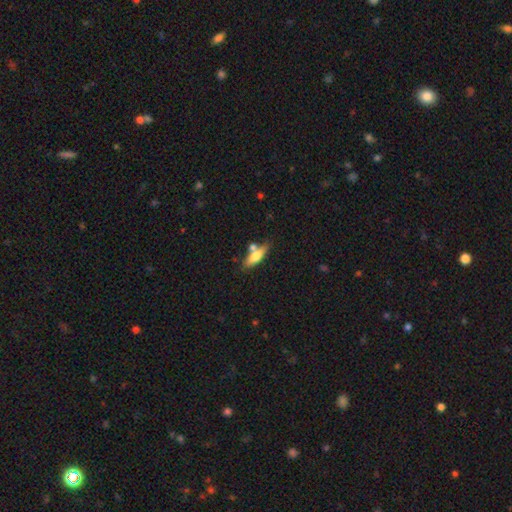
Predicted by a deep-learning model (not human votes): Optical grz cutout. It shows a smooth galaxy with no disk features (64%) that is cigar-shaped (52%). Merging: none (64%).